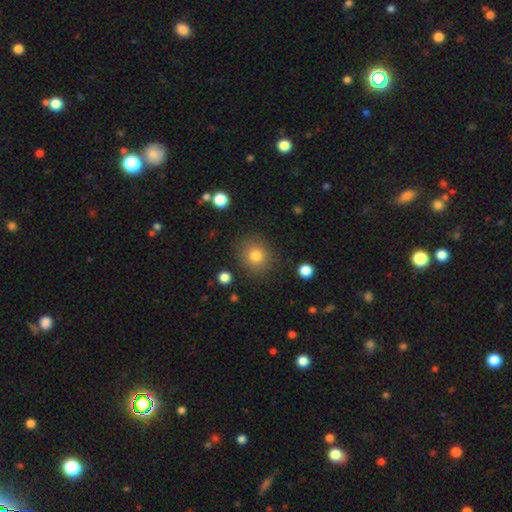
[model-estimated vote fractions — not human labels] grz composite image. It shows a smooth galaxy with no disk features (80%) that is round (84%). Merging: none (85%).